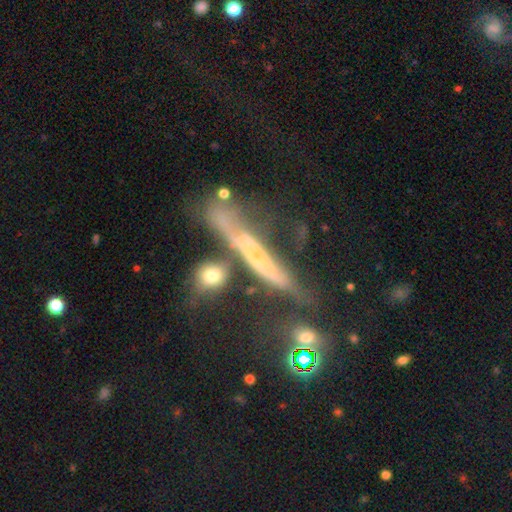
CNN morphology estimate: type=featured or disk (53%); edge-on=yes (70%); merging=none (34%).